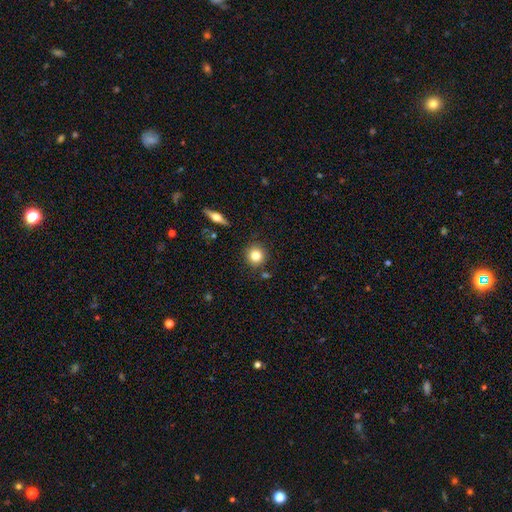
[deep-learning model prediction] The model was most divided on "smooth or featured": smooth: 80%, star or artifact: 10%, featured or disk: 10%. More confident: how rounded — round (92%); merging — none (86%).